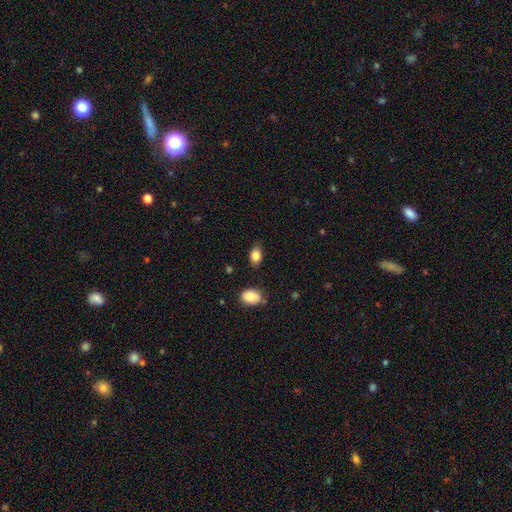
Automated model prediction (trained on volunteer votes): This appears to be a smooth galaxy with no disk features (85%) that is in between round and cigar-shaped (83%). Merging: none (79%).